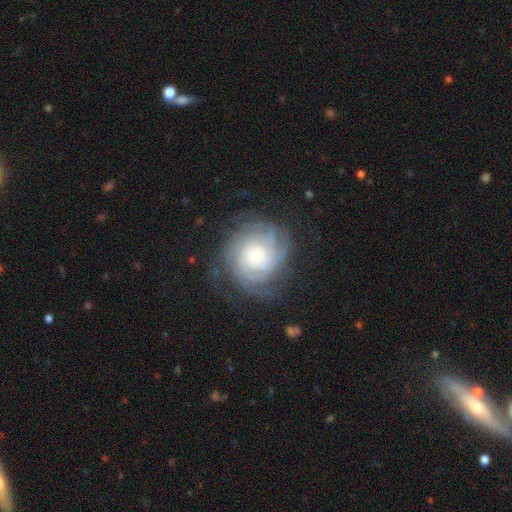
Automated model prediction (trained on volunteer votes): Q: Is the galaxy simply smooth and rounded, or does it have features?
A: featured or disk — 84%.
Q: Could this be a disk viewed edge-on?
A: no — 97%.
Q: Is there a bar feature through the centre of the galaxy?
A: no — 78%.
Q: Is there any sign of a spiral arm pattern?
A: yes — 97%.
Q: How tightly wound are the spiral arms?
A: tight — 76%.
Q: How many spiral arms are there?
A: can't tell — 28%.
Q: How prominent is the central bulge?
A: small — 57%.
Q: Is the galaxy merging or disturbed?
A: none — 75%.